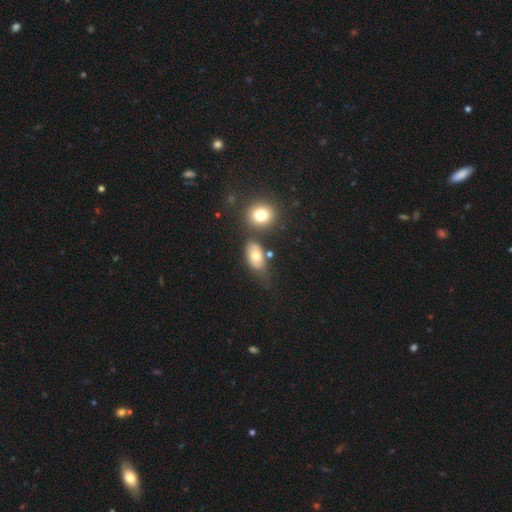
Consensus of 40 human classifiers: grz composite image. It shows a smooth galaxy with no disk features (75%) that is in between round and cigar-shaped (87%). Merging: none (42%).